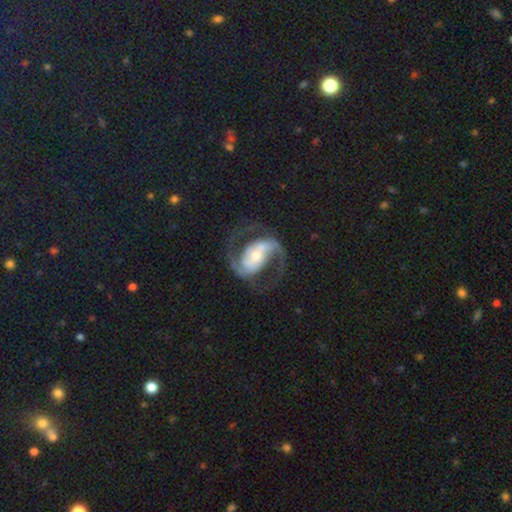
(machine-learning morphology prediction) featured or disk 90%, smooth 6%, star or artifact 4%. Down the decision tree: edge-on disk — no (97%); bar — strong (46%); spiral arms — yes (97%); spiral arm count — 2 (93%); spiral winding — medium (57%); bulge size — moderate (52%); merging — none (74%).